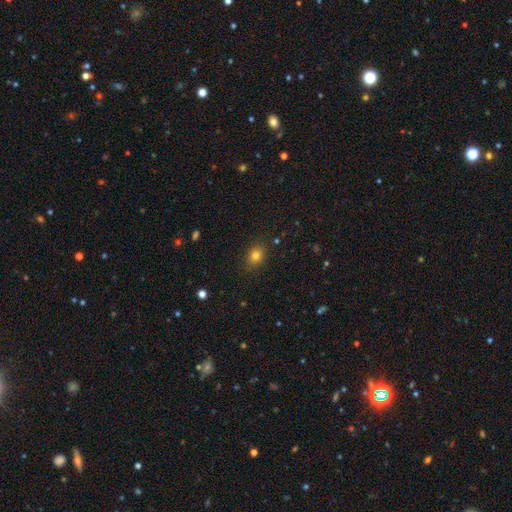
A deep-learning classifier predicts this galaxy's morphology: A smooth galaxy with no disk features (80%) that is in between round and cigar-shaped (55%). Merging: none (85%).